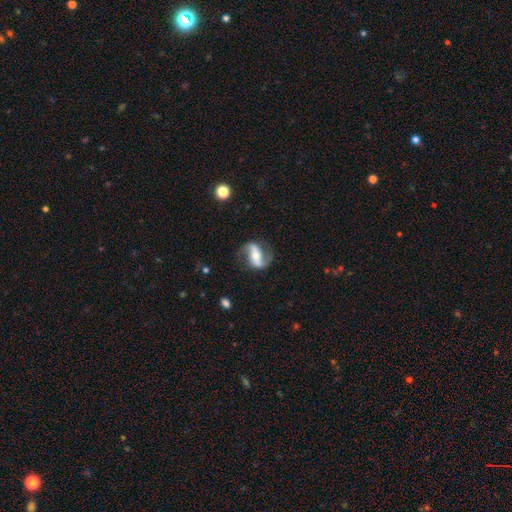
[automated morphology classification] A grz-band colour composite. It shows a featured or disk galaxy (83%) with a strong bar (52%), 2 (92%) loose (59%) spiral arms (92%) and a moderate central bulge (57%). Merging: none (77%).